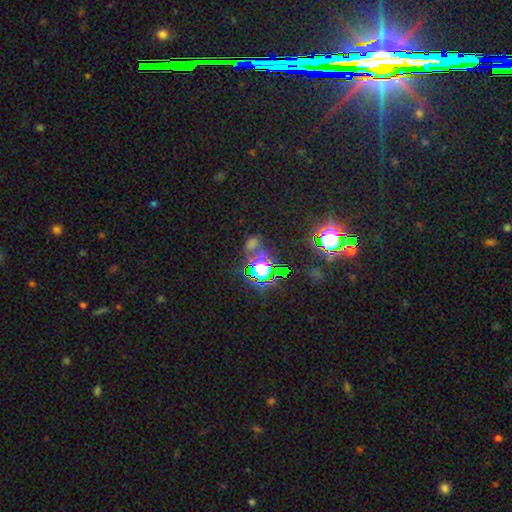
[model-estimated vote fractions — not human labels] Morphology: type=star or artifact (81%).